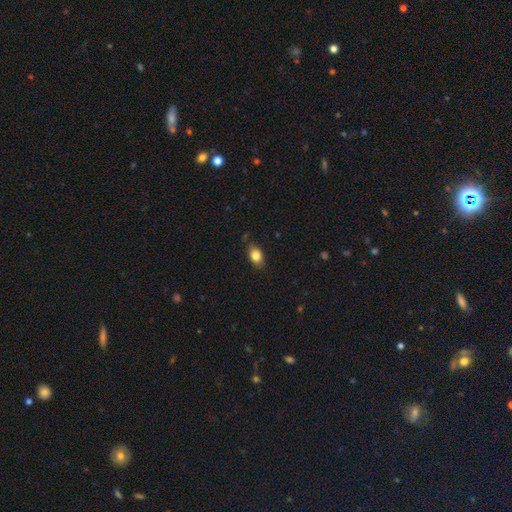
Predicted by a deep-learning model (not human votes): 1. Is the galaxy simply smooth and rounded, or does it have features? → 82% smooth, 10% featured or disk, 8% star or artifact.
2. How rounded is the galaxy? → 82% in between, 14% round, 3% cigar-shaped.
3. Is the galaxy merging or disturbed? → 79% none, 16% minor disturbance, 3% major disturbance, 2% merger.